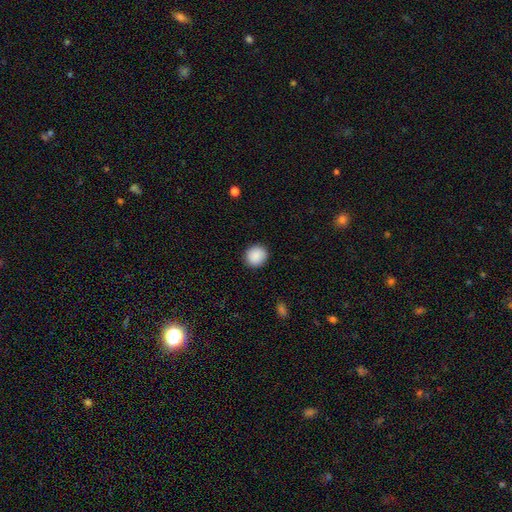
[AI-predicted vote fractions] This is clearly a smooth galaxy (90%). How rounded: clearly round (86%). Merging: clearly none (91%).